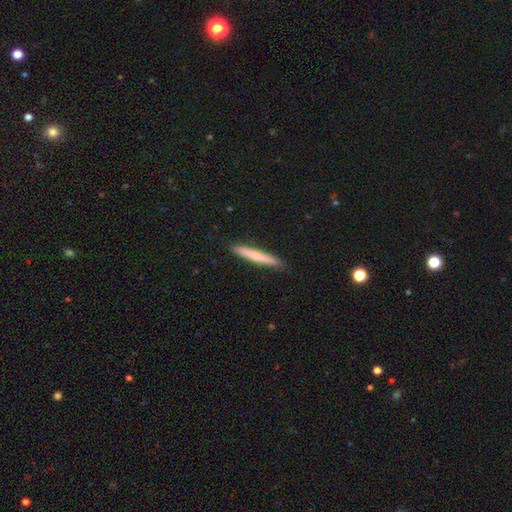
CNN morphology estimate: Smooth or featured? smooth (65%)
How rounded? cigar-shaped (95%)
Merging? none (90%)